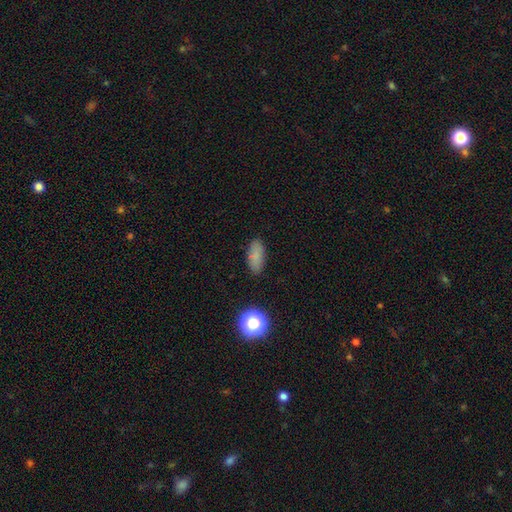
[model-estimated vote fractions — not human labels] This appears to be a smooth galaxy with no disk features (80%) that is in between round and cigar-shaped (83%). Merging: none (83%).